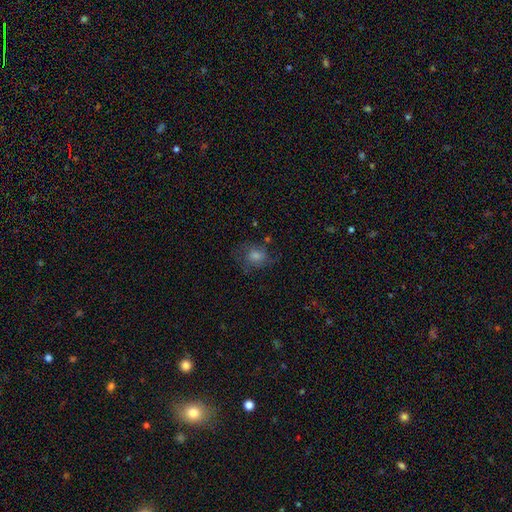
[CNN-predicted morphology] This appears to be a smooth galaxy with no disk features (44%). Merging: none (66%).